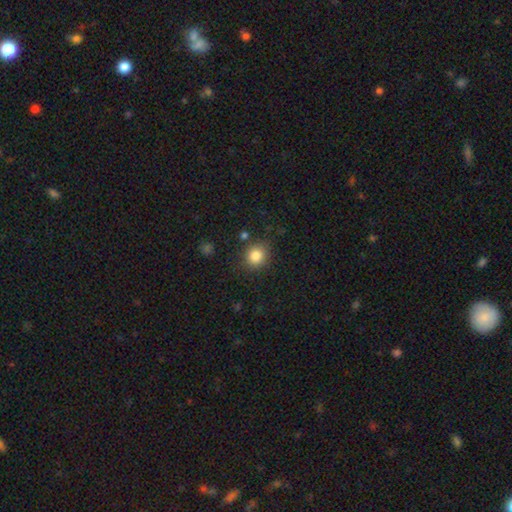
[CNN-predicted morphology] smooth-or-featured: smooth: 84% | star or artifact: 11% | featured or disk: 5%
  how-rounded: round: 82% | in between: 17% | cigar-shaped: 1%
  merging: none: 82% | minor disturbance: 11% | merger: 4% | major disturbance: 4%